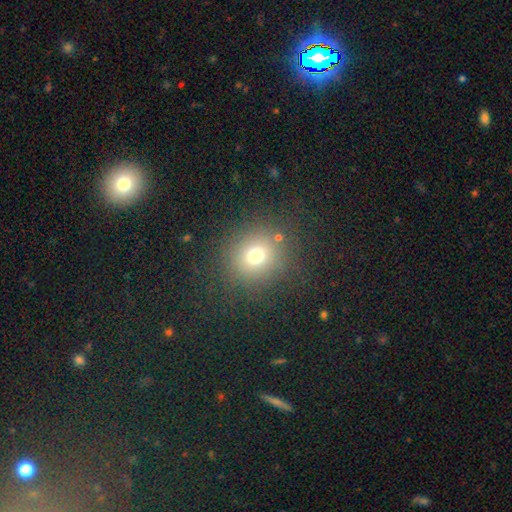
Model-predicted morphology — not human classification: smooth_or_featured: smooth (p=0.71) [alt: star or artifact p=0.19]
how_rounded: round (p=0.87) [alt: in between p=0.12]
merging: none (p=0.82) [alt: minor disturbance p=0.10]